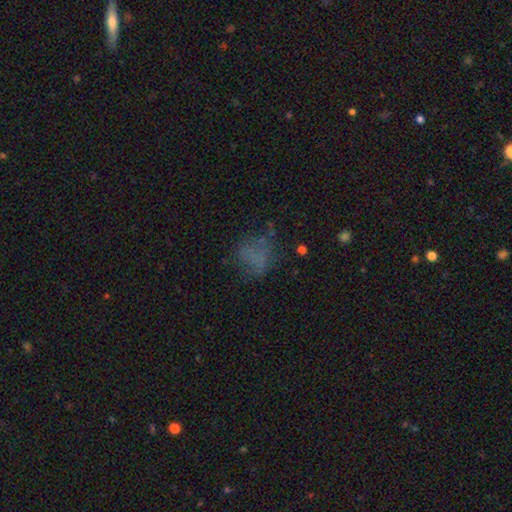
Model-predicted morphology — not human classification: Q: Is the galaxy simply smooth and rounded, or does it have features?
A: smooth — 52%.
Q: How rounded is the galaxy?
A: round — 52%.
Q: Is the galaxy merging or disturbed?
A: none — 51%.